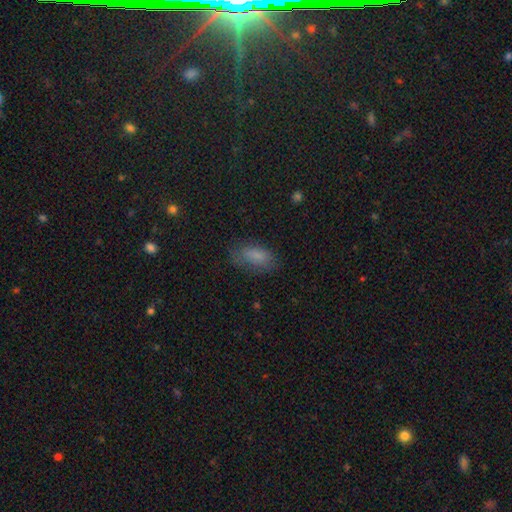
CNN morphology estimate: A smooth galaxy with no disk features (79%) that is in between round and cigar-shaped (86%). Merging: none (67%).